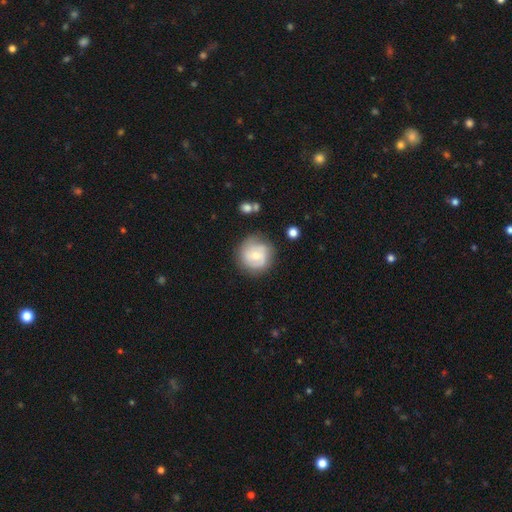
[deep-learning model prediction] smooth-or-featured: smooth: 49% | featured or disk: 44% | star or artifact: 8%
  merging: none: 72% | minor disturbance: 19% | major disturbance: 6% | merger: 3%